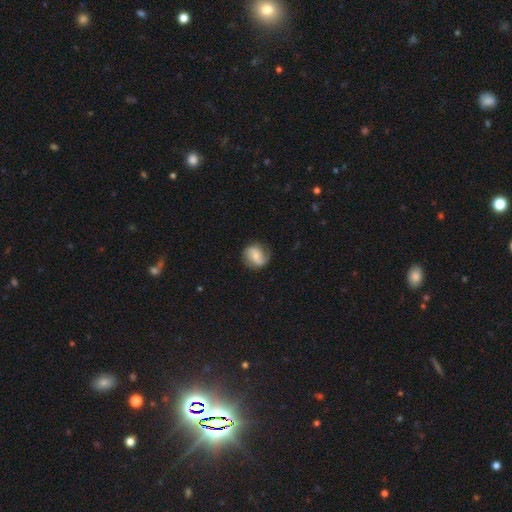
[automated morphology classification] Smooth or featured?
  - featured or disk: 55% *
  - smooth: 38%
  - star or artifact: 7%
Edge-on disk?
  - no: 97% *
  - yes: 3%
Bar?
  - weak: 43% *
  - no: 38%
  - strong: 19%
Spiral arms?
  - yes: 89% *
  - no: 11%
Bulge size?
  - small: 51% *
  - moderate: 31%
  - none: 13%
  - large: 4%
  - dominant: 1%
Merging?
  - none: 71% *
  - minor disturbance: 20%
  - major disturbance: 8%
  - merger: 1%